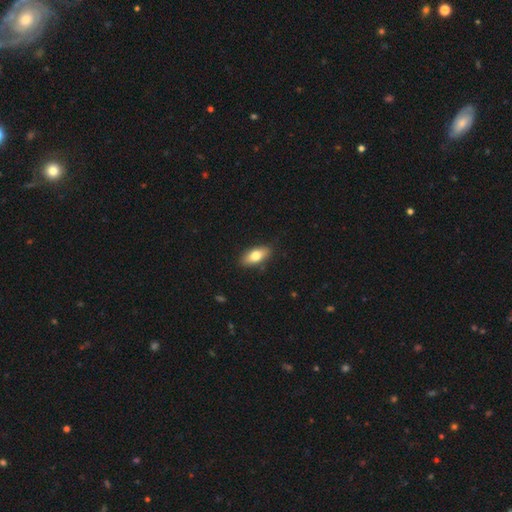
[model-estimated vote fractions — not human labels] A smooth galaxy with no disk features (74%) that is in between round and cigar-shaped (83%). Merging: none (87%).